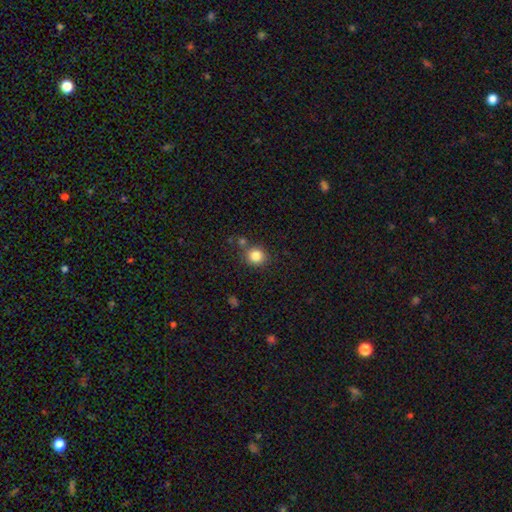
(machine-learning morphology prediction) type=smooth (84%); roundness=round (87%); merging=none (77%).